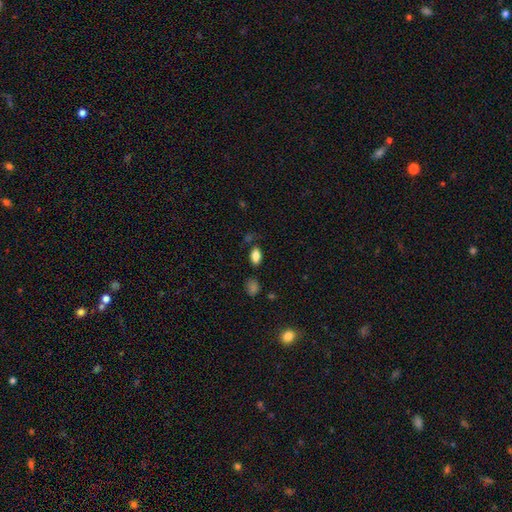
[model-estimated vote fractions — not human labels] Smooth or featured? smooth (85%)
How rounded? in between (91%)
Merging? none (78%)